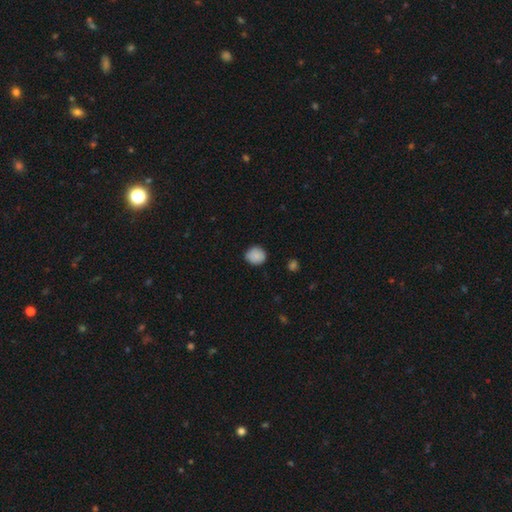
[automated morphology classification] This is clearly a smooth galaxy (88%). How rounded: clearly round (81%). Merging: clearly none (84%).